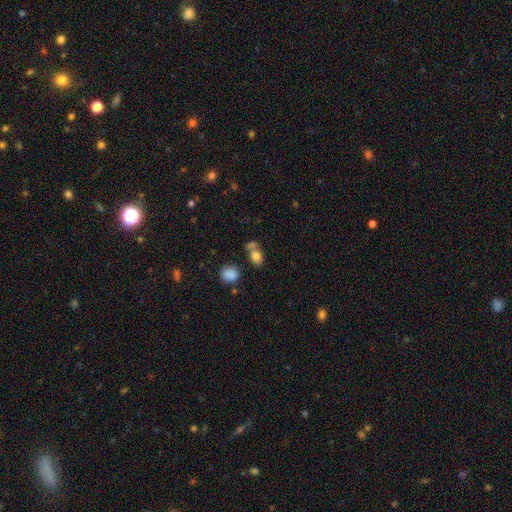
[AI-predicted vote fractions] Smooth or featured: smooth — 80% (star or artifact — 11%)
How rounded: in between — 67% (round — 31%)
Merging: none — 46% (merger — 37%)